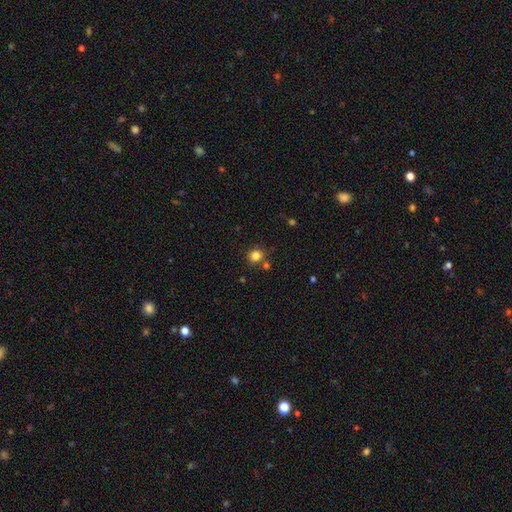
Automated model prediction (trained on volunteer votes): Smooth or featured? smooth (82%)
How rounded? round (89%)
Merging? none (79%)